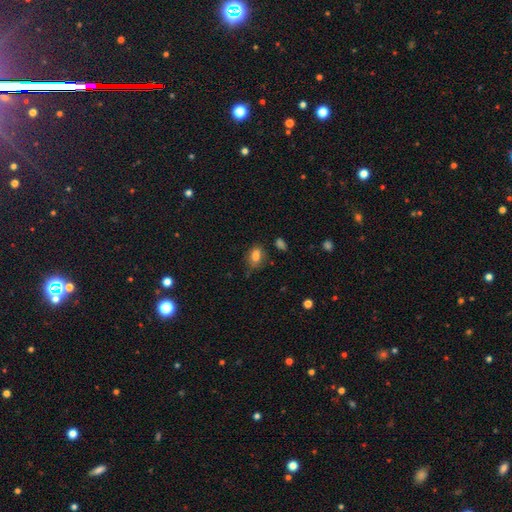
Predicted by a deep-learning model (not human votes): Smooth or featured? Predicted: smooth (p=0.76). How rounded? Predicted: in between (p=0.78). Merging? Predicted: none (p=0.58).